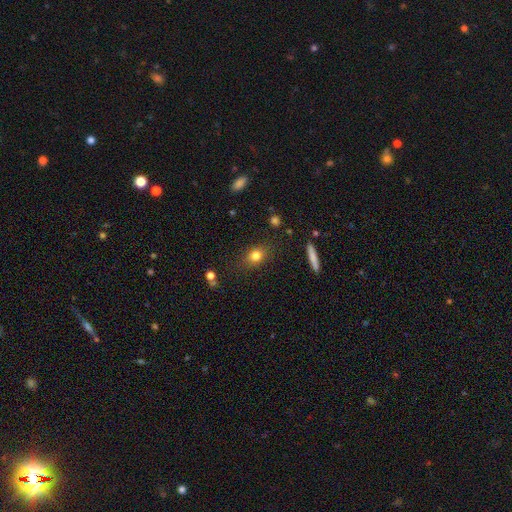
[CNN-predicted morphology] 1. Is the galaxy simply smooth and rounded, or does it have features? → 79% smooth, 11% star or artifact, 9% featured or disk.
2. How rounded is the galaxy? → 52% in between, 44% round, 4% cigar-shaped.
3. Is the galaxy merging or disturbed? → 82% none, 12% minor disturbance, 4% major disturbance, 2% merger.